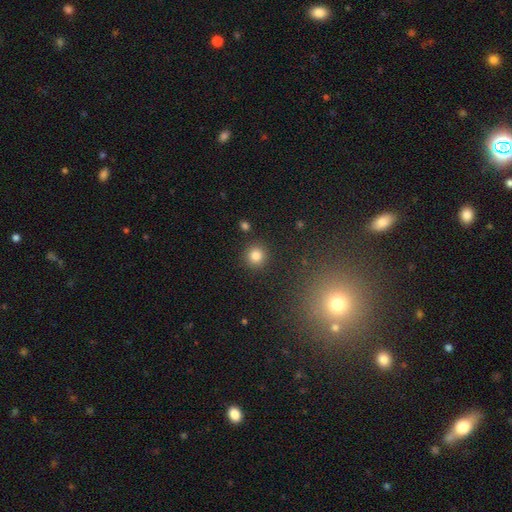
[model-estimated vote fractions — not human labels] A smooth galaxy with no disk features (82%) that is round (94%).

Vote fractions:
- Smooth or featured? smooth: 82% / star or artifact: 12% / featured or disk: 6%
- How rounded? round: 94% / in between: 5% / cigar-shaped: 1%
- Merging? none: 91% / minor disturbance: 5% / merger: 2% / major disturbance: 2%